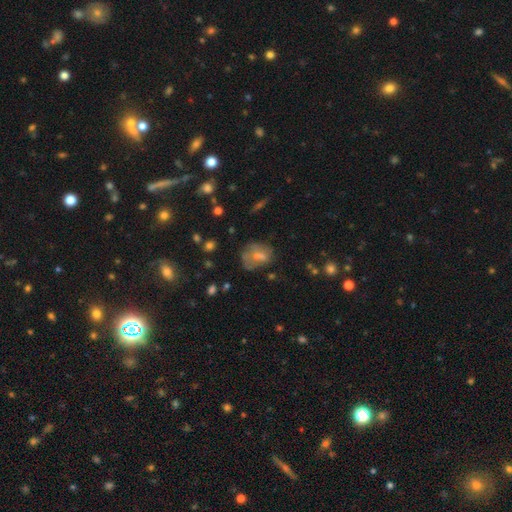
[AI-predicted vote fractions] A smooth galaxy with no disk features (61%) that is in between round and cigar-shaped (59%). Merging: none (45%).